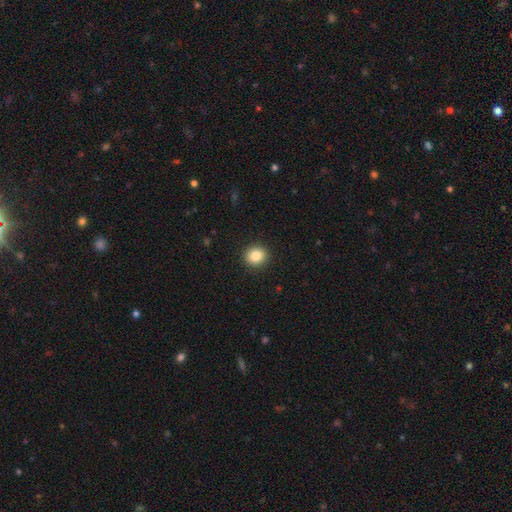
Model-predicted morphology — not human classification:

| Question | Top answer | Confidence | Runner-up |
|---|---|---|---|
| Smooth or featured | smooth | 84% | star or artifact (10%) |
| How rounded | round | 85% | in between (14%) |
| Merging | none | 92% | minor disturbance (5%) |